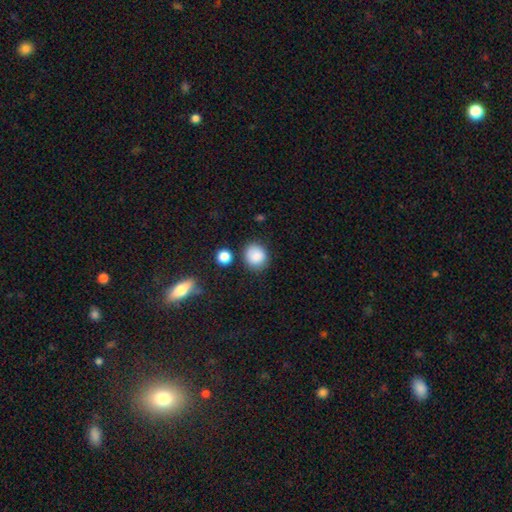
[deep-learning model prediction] This is clearly a smooth galaxy (86%). How rounded: clearly round (81%). Merging: likely none (79%).